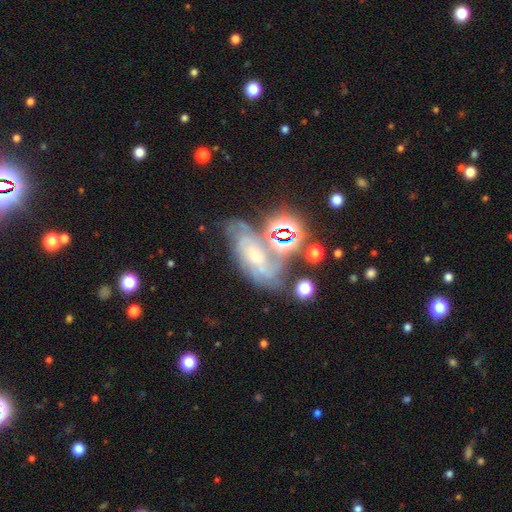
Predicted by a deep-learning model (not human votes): This appears to be a featured or disk galaxy (64%) with no bar (59%), tight (50%) spiral arms (86%) and a small central bulge (50%). Merging: none (44%).